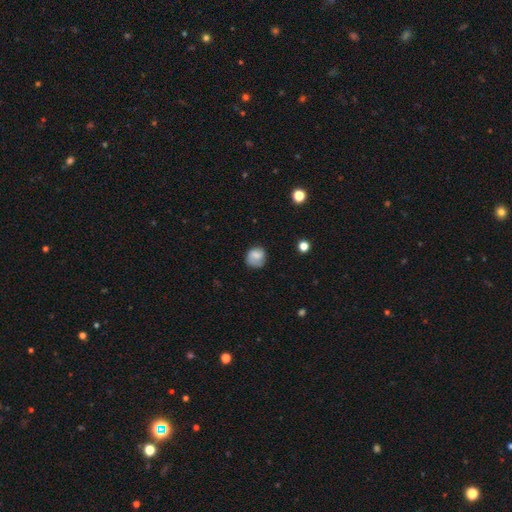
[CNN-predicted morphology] Smooth or featured?
  - smooth: 71% *
  - featured or disk: 21%
  - star or artifact: 9%
How rounded?
  - round: 78% *
  - in between: 21%
  - cigar-shaped: 1%
Merging?
  - none: 65% *
  - minor disturbance: 24%
  - major disturbance: 9%
  - merger: 2%